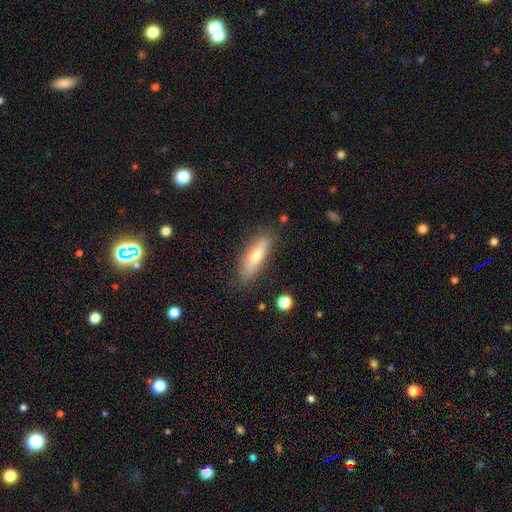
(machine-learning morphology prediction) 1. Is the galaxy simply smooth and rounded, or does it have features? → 66% smooth, 27% featured or disk, 7% star or artifact.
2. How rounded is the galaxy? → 55% cigar-shaped, 43% in between, 2% round.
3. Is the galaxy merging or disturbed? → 81% none, 14% minor disturbance, 3% major disturbance, 2% merger.